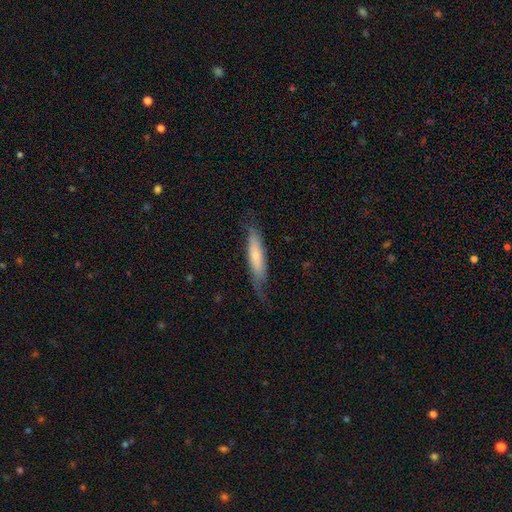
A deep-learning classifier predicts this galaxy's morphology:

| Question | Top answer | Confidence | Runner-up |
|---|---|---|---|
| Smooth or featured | smooth | 52% | featured or disk (41%) |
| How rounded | cigar-shaped | 76% | in between (22%) |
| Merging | none | 63% | minor disturbance (24%) |